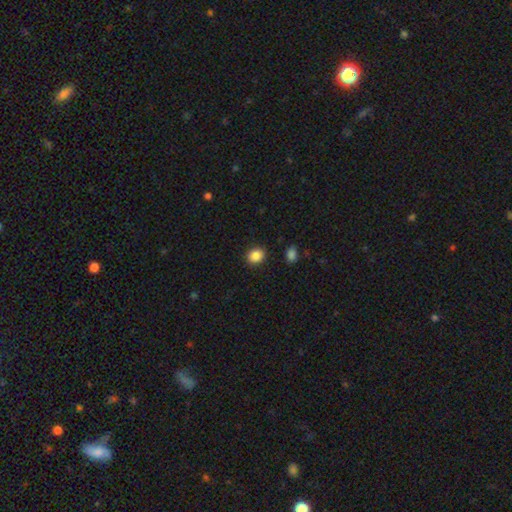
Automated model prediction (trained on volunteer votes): A smooth galaxy with no disk features (87%) that is round (67%).

Vote fractions:
- Smooth or featured? smooth: 87% / star or artifact: 9% / featured or disk: 4%
- How rounded? round: 67% / in between: 32% / cigar-shaped: 1%
- Merging? none: 89% / minor disturbance: 7% / major disturbance: 2% / merger: 2%